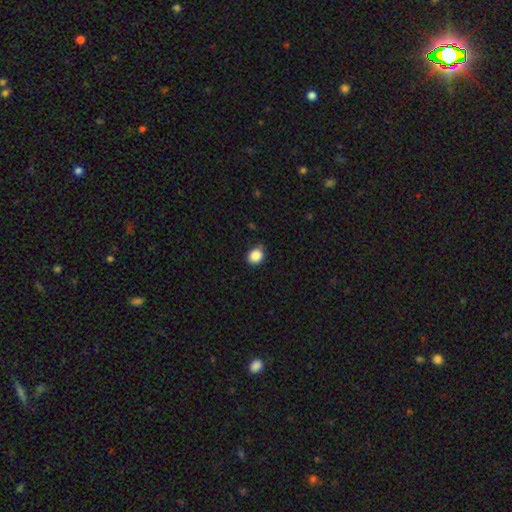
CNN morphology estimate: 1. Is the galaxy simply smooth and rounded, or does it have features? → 86% smooth, 10% star or artifact, 4% featured or disk.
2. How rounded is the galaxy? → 63% round, 36% in between, 1% cigar-shaped.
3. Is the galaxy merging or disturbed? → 73% none, 22% minor disturbance, 3% major disturbance, 1% merger.